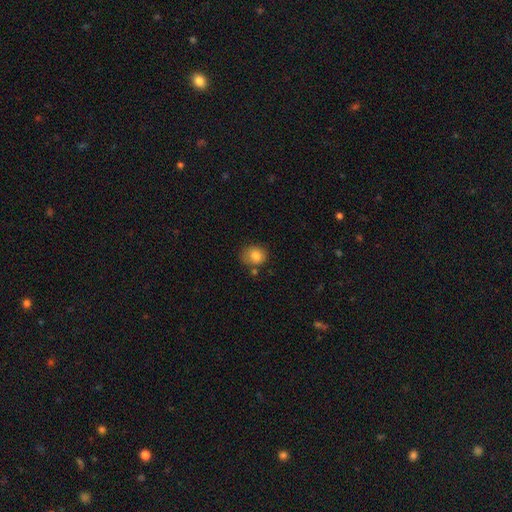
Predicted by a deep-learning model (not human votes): smooth 82%, star or artifact 9%, featured or disk 9%. Down the decision tree: how rounded — round (68%); merging — none (65%).